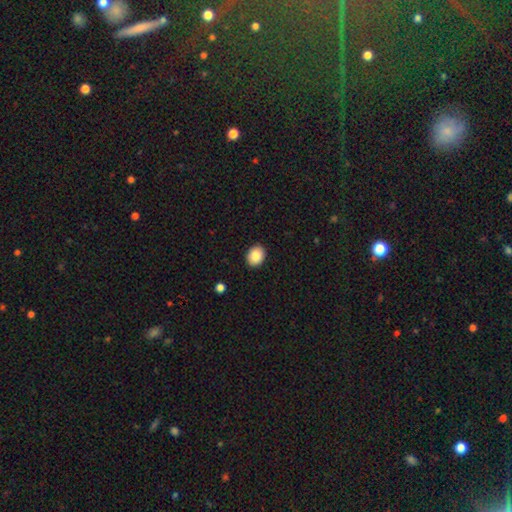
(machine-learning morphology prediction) A smooth galaxy with no disk features (87%) that is in between round and cigar-shaped (53%).

Vote fractions:
- Smooth or featured? smooth: 87% / star or artifact: 8% / featured or disk: 5%
- How rounded? in between: 53% / round: 46% / cigar-shaped: 1%
- Merging? none: 91% / minor disturbance: 6% / major disturbance: 2% / merger: 1%